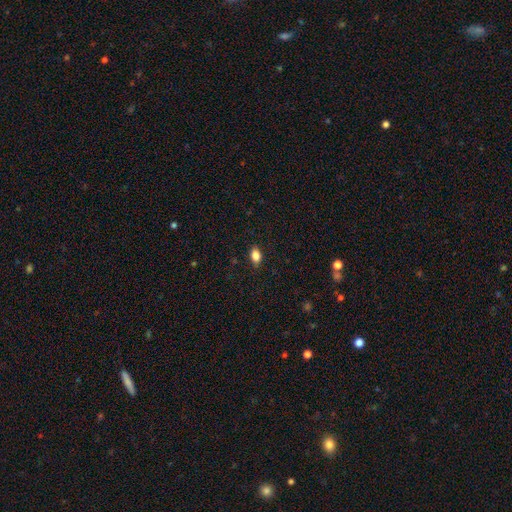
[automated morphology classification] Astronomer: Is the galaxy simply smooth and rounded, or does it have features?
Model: smooth — 85%.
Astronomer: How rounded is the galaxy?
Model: in between — 85%.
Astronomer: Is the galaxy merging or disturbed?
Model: none — 86%.